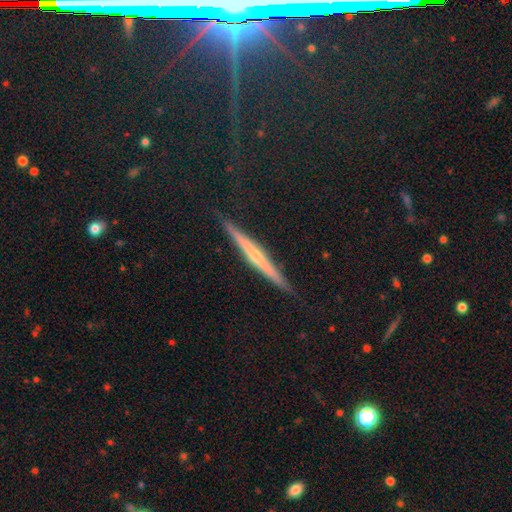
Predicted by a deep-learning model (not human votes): Overall: featured or disk (65%). Edge-on disk: yes (97%). Edge-on bulge: rounded (53%; none 39%). Merging: none (90%).